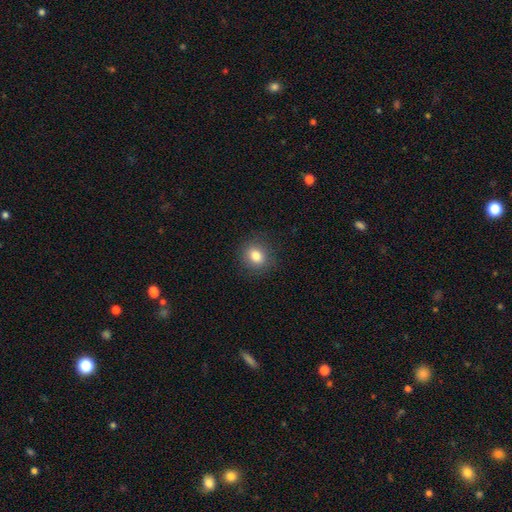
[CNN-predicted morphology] A smooth galaxy with no disk features (82%) that is round (71%).

Vote fractions:
- Smooth or featured? smooth: 82% / star or artifact: 11% / featured or disk: 7%
- How rounded? round: 71% / in between: 28% / cigar-shaped: 1%
- Merging? none: 88% / minor disturbance: 9% / major disturbance: 3% / merger: 1%